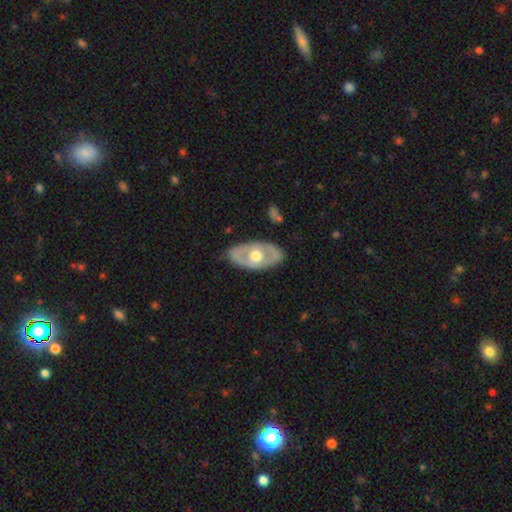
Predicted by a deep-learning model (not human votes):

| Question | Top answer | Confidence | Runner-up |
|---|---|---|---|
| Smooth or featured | featured or disk | 60% | smooth (36%) |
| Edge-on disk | no | 86% | yes (14%) |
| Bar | no | 90% | weak (8%) |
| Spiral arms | no | 86% | yes (14%) |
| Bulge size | moderate | 69% | large (24%) |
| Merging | none | 81% | minor disturbance (14%) |